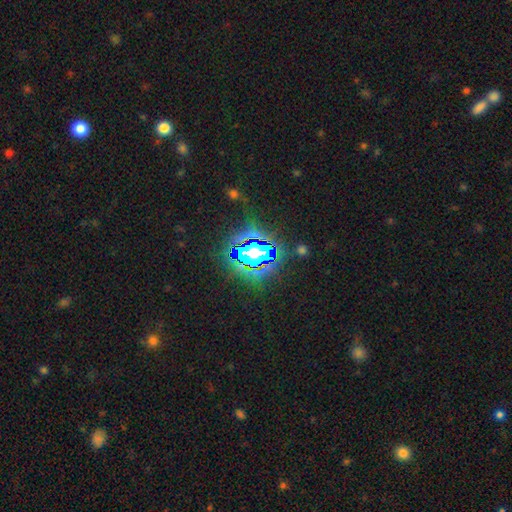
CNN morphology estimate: A star or artifact, not a galaxy (79%).

Vote fractions:
- Smooth or featured? star or artifact: 79% / smooth: 12% / featured or disk: 9%